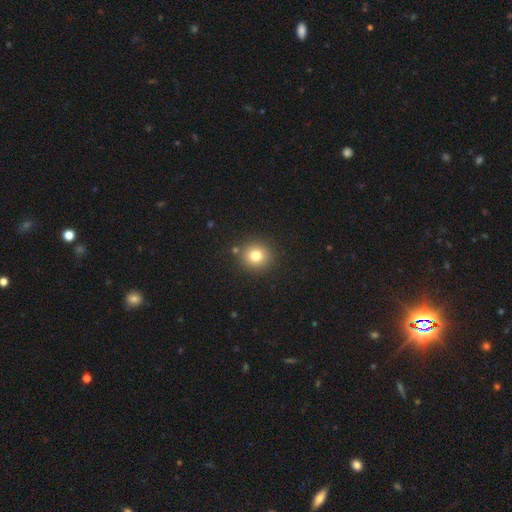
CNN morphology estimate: smooth 79%, star or artifact 13%, featured or disk 9%. Down the decision tree: how rounded — round (91%); merging — none (87%).